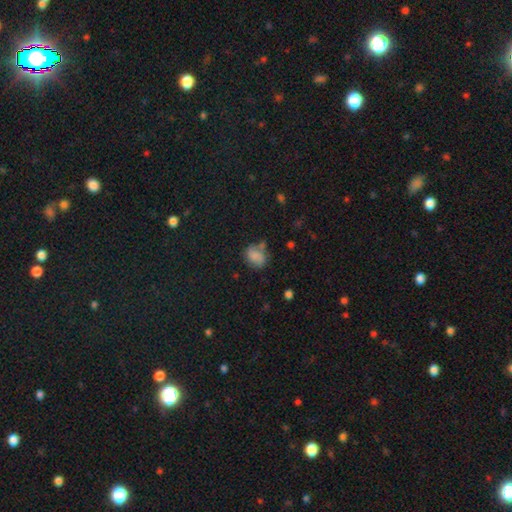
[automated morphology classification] type=smooth (74%); roundness=round (53%); merging=none (54%).